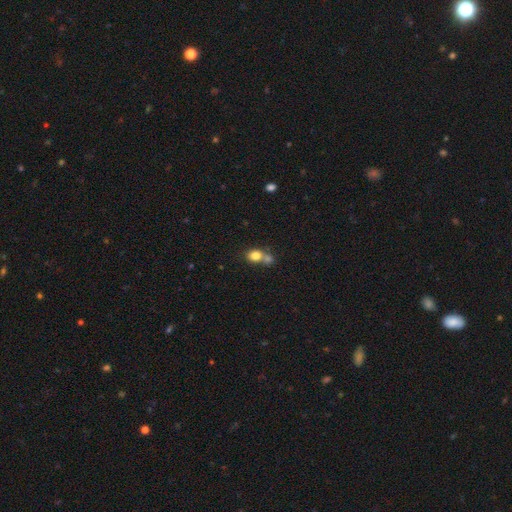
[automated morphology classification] Smooth or featured: smooth — 80% (star or artifact — 10%)
How rounded: round — 53% (in between — 46%)
Merging: merger — 50% (none — 38%)